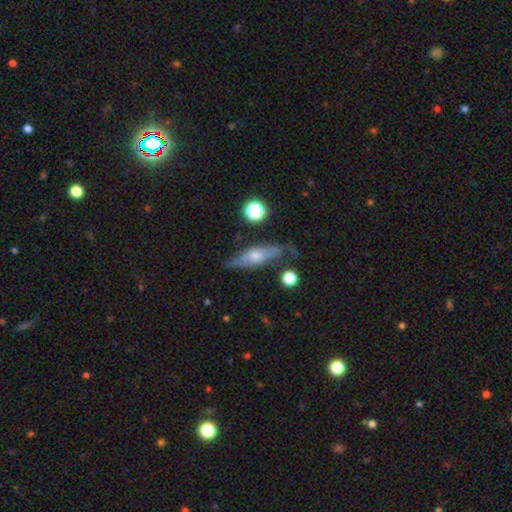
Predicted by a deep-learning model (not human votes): A featured or disk galaxy (59%) viewed edge-on (77%). Merging: none (67%).